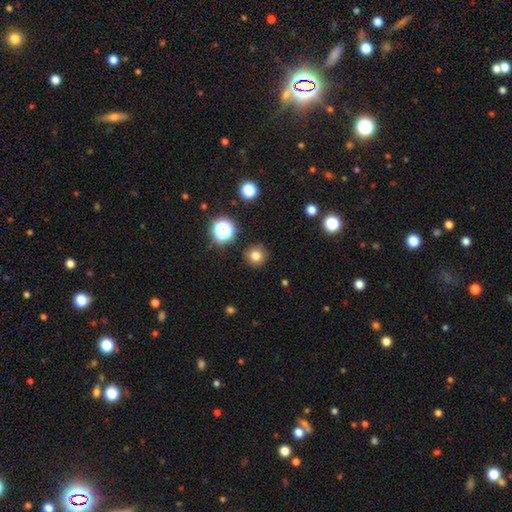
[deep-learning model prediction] Overall: smooth (77%). How rounded: round (94%). Merging: none (90%).